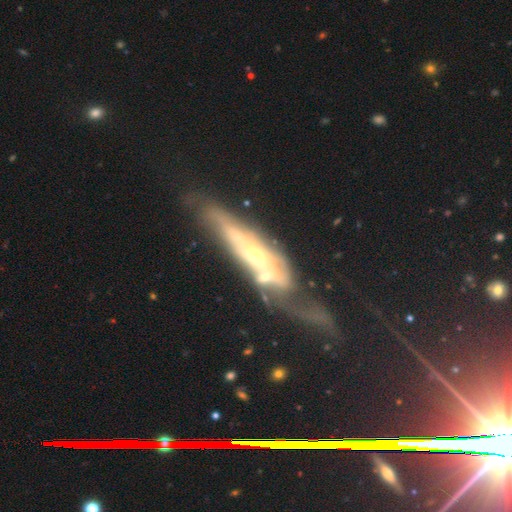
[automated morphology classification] The model was most divided on "merging" (2-way tie): none: 29%, major disturbance: 29%, minor disturbance: 22%, merger: 20%. More confident: smooth or featured — featured or disk (75%); edge-on disk — no (59%).